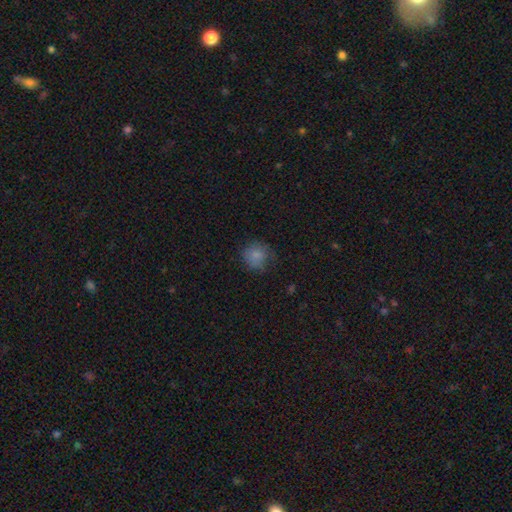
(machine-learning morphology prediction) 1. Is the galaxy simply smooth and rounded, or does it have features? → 81% smooth, 11% star or artifact, 8% featured or disk.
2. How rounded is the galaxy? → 86% round, 13% in between, 1% cigar-shaped.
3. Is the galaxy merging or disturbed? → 69% none, 22% minor disturbance, 8% major disturbance, 1% merger.